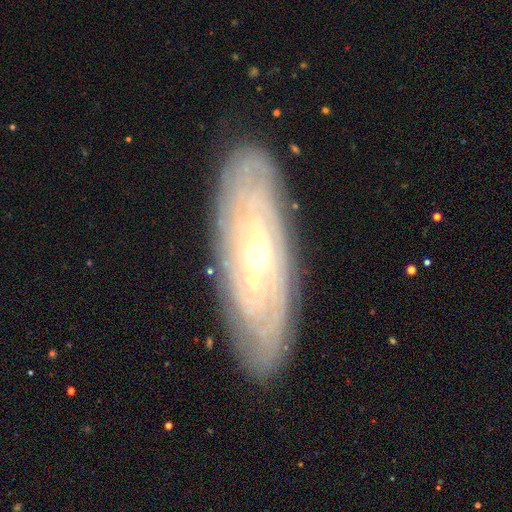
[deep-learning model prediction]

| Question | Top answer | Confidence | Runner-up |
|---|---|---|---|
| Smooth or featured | featured or disk | 82% | smooth (12%) |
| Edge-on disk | no | 83% | yes (17%) |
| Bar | no | 56% | weak (32%) |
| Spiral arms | yes | 91% | no (9%) |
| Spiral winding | tight | 83% | medium (13%) |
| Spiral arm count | can't tell | 55% | more than 4 (11%) |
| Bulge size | small | 69% | moderate (28%) |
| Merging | none | 86% | minor disturbance (10%) |